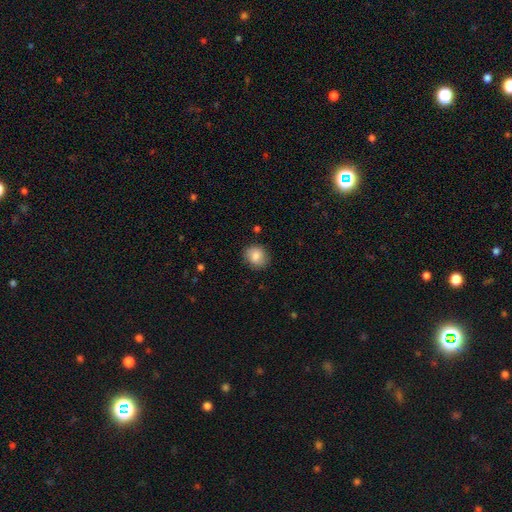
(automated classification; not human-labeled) Overall: smooth (84%). How rounded: round (71%). Merging: none (84%).